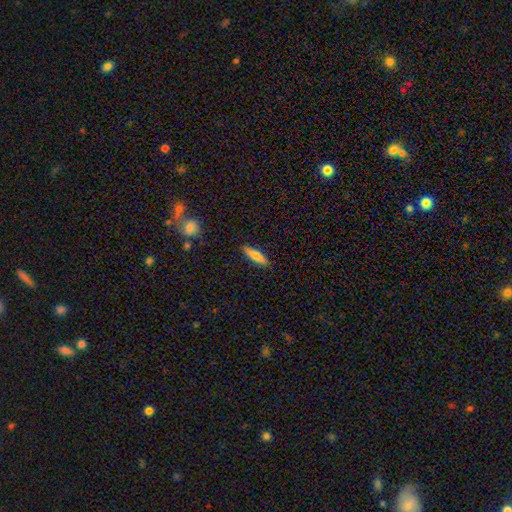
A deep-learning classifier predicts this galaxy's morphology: smooth-or-featured: smooth: 73% | featured or disk: 20% | star or artifact: 6%
  how-rounded: cigar-shaped: 66% | in between: 32% | round: 2%
  merging: none: 88% | minor disturbance: 8% | major disturbance: 2% | merger: 1%